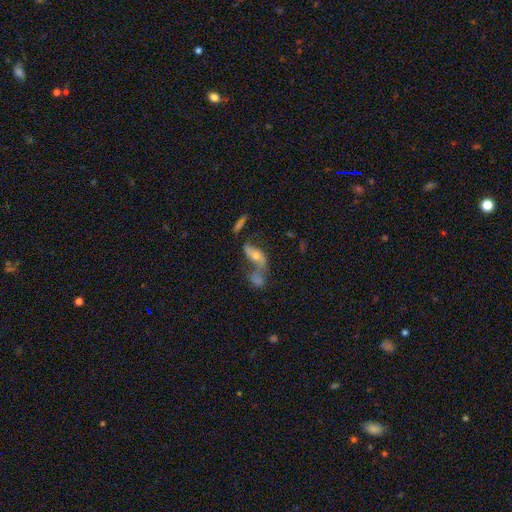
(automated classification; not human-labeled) This is possibly a featured or disk galaxy (56%). It is clearly not viewed edge-on (86%). Merging: possibly merger (50%).